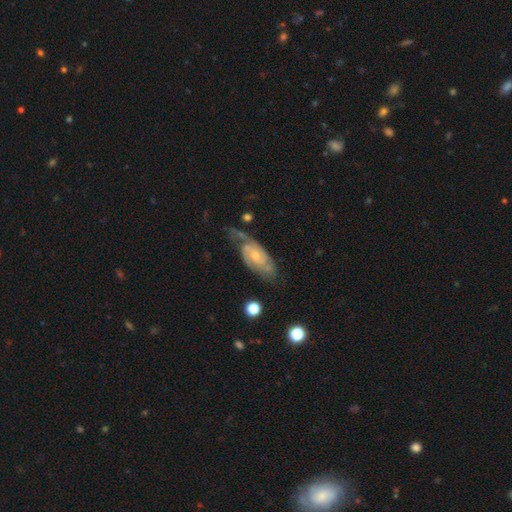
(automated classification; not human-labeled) A featured or disk galaxy (82%) with no bar (61%), 2 (68%) tight (44%) spiral arms (95%) and a small central bulge (55%). Merging: none (50%).